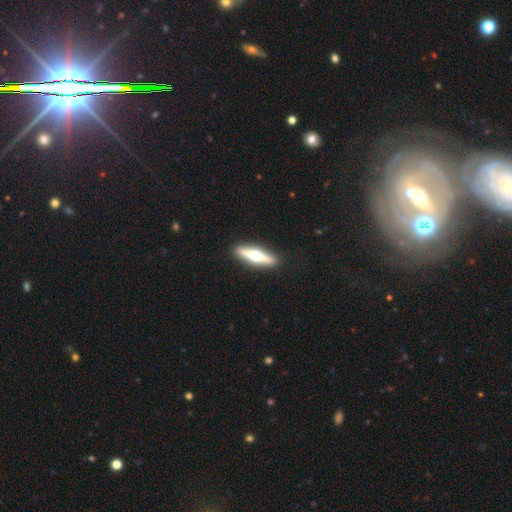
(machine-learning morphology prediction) smooth_or_featured: featured or disk (p=0.66) [alt: smooth p=0.29]
disk_edge_on: yes (p=0.94) [alt: no p=0.06]
edge_on_bulge: rounded (p=0.96) [alt: boxy p=0.02]
merging: none (p=0.92) [alt: minor disturbance p=0.06]